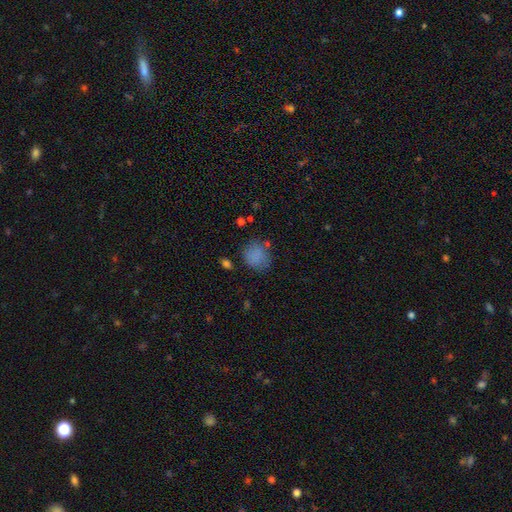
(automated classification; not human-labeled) This appears to be a smooth galaxy with no disk features (81%) that is round (75%). Merging: none (70%).